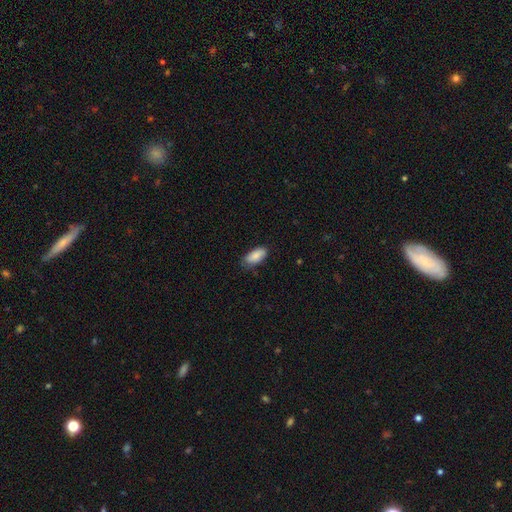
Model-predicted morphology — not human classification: type=smooth (85%); roundness=in between (90%); merging=none (72%).